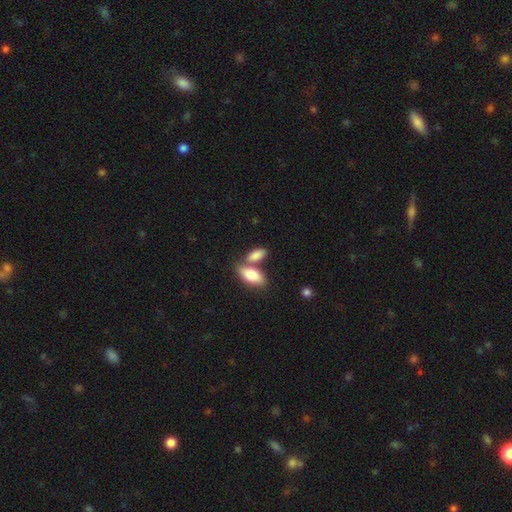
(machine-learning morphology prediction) Smooth or featured?
  - smooth: 83% *
  - featured or disk: 11%
  - star or artifact: 6%
How rounded?
  - in between: 84% *
  - cigar-shaped: 12%
  - round: 4%
Merging?
  - none: 46% *
  - merger: 40%
  - minor disturbance: 10%
  - major disturbance: 4%